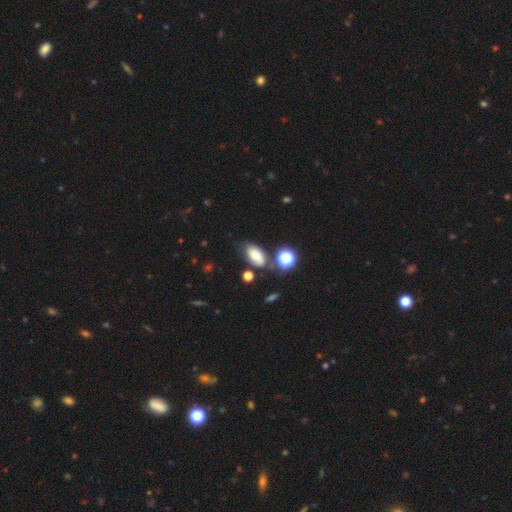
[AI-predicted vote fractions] Smooth or featured?
  - smooth: 67% *
  - featured or disk: 19%
  - star or artifact: 14%
How rounded?
  - in between: 88% *
  - round: 8%
  - cigar-shaped: 3%
Merging?
  - none: 60% *
  - minor disturbance: 23%
  - merger: 10%
  - major disturbance: 8%